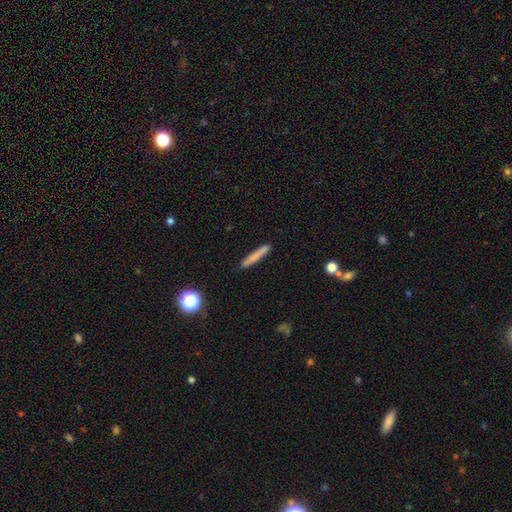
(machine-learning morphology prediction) Smooth or featured? smooth (73%)
How rounded? cigar-shaped (95%)
Merging? none (87%)